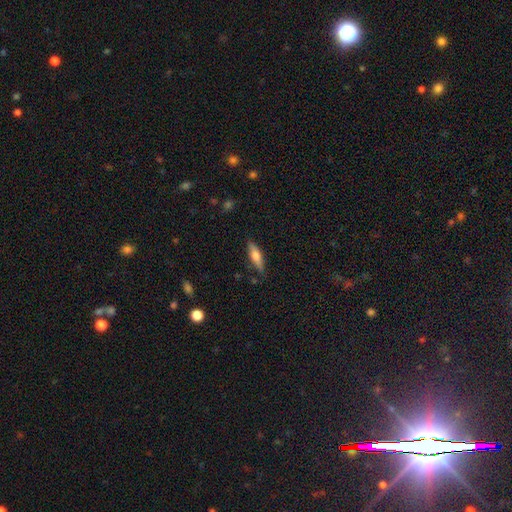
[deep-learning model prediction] A smooth galaxy with no disk features (58%) that is cigar-shaped (54%). Merging: none (83%).